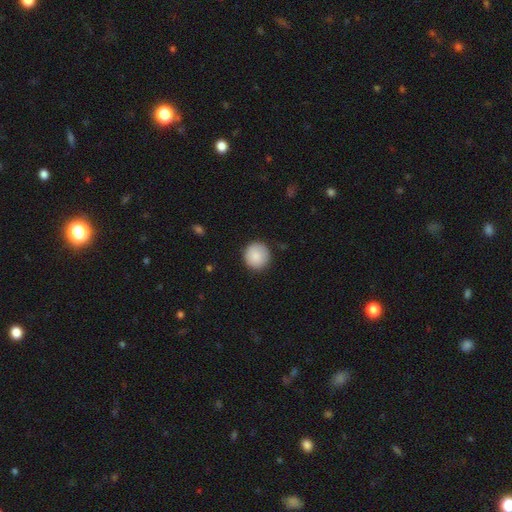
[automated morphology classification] Overall: smooth (88%). How rounded: round (93%). Merging: none (89%).